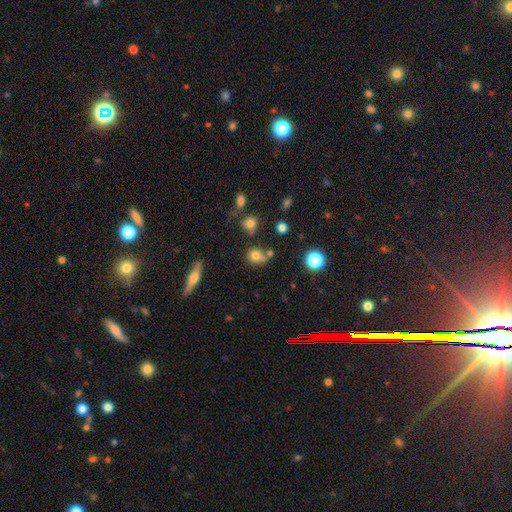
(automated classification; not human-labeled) Morphology: type=smooth (76%); roundness=round (73%); merging=none (60%).